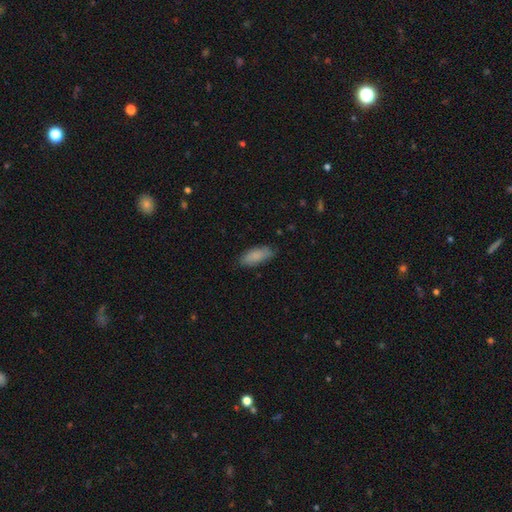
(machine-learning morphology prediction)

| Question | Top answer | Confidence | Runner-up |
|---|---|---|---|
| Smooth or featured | smooth | 86% | featured or disk (7%) |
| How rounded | in between | 77% | cigar-shaped (22%) |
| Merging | none | 79% | minor disturbance (17%) |